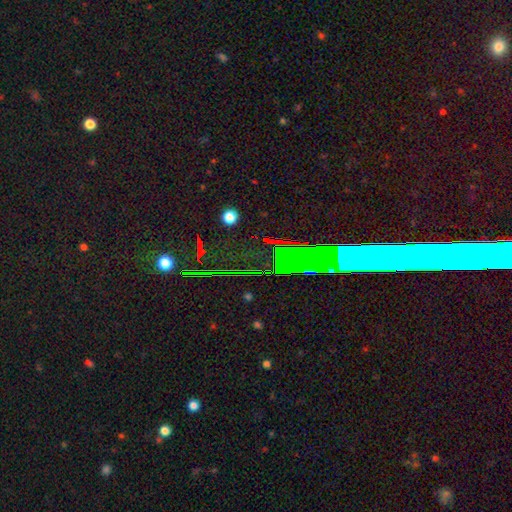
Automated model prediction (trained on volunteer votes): A star or artifact, not a galaxy (69%).